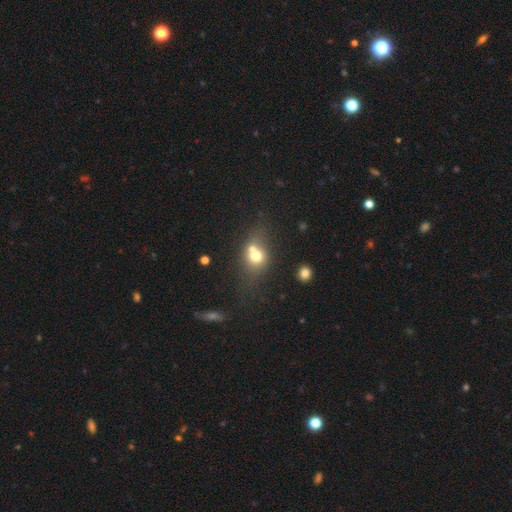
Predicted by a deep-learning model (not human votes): This appears to be a smooth galaxy with no disk features (65%) that is round (59%). Merging: merger (52%).